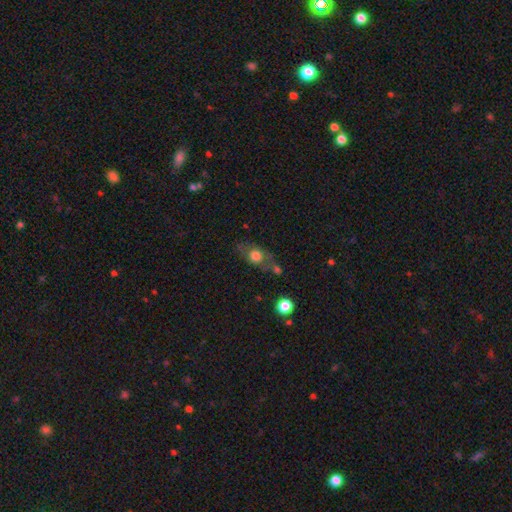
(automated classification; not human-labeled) Overall: smooth (62%; featured or disk 28%). How rounded: in between (52%; round 42%). Merging: none (53%; minor disturbance 22%).